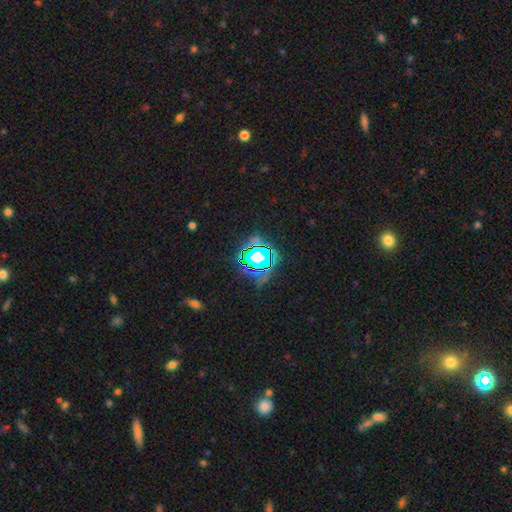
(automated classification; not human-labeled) Smooth or featured: star or artifact — 66% (smooth — 20%)